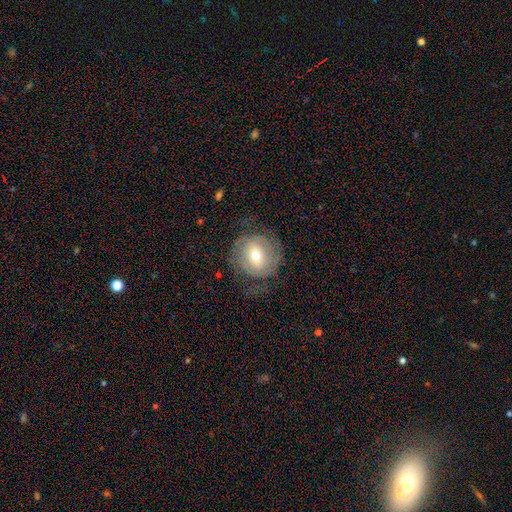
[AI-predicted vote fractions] Smooth or featured: featured or disk — 52% (smooth — 40%)
Edge-on disk: no — 95% (yes — 5%)
Merging: none — 64% (major disturbance — 17%)